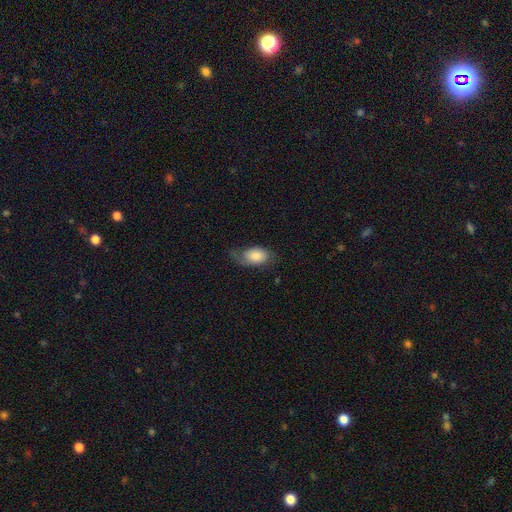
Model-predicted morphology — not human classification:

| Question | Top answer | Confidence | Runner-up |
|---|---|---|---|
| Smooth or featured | smooth | 66% | featured or disk (27%) |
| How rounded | in between | 90% | round (8%) |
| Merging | none | 50% | minor disturbance (31%) |